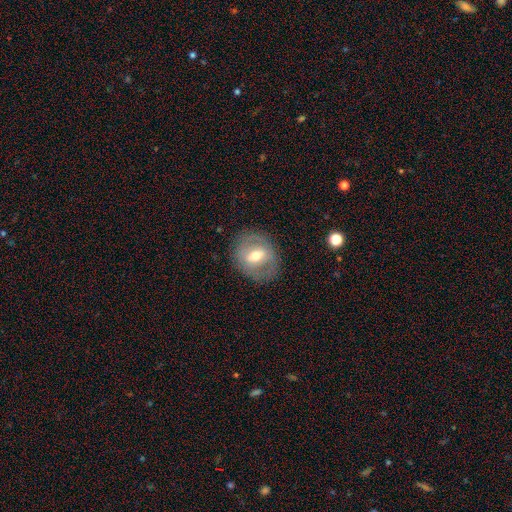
A featured or disk galaxy (67%) with a weak bar (42%), no spiral arms (74%) and a moderate central bulge (58%).

Vote fractions:
- Smooth or featured? featured or disk: 67% / smooth: 28% / star or artifact: 5%
- Edge-on disk? no: 73% / yes: 27%
- Bar? weak: 42% / strong: 32% / no: 26%
- Spiral arms? no: 74% / yes: 26%
- Bulge size? moderate: 58% / small: 37% / none: 5% / dominant: 0% / large: 0%
- Merging? none: 78% / minor disturbance: 11% / major disturbance: 11% / merger: 0%